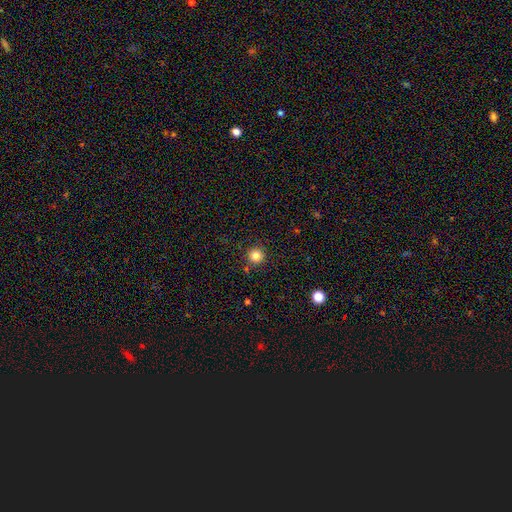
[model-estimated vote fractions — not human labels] Smooth or featured: smooth — 82% (star or artifact — 12%)
How rounded: round — 95% (in between — 4%)
Merging: none — 87% (minor disturbance — 7%)